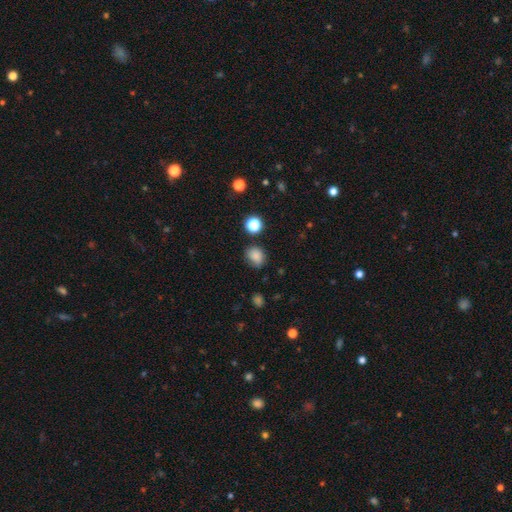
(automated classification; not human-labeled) Smooth or featured: smooth — 81% (star or artifact — 13%)
How rounded: round — 61% (in between — 38%)
Merging: none — 68% (minor disturbance — 23%)